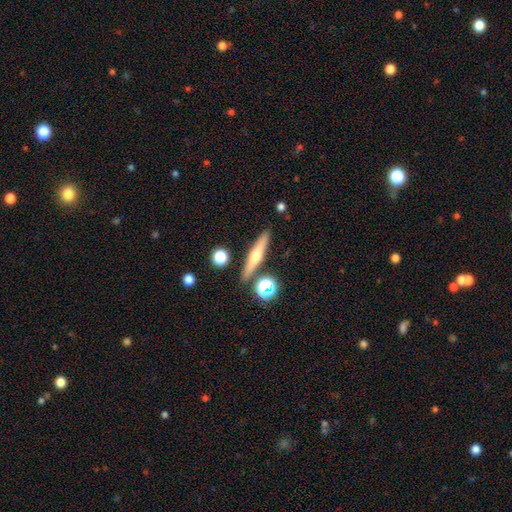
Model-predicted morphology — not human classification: Smooth or featured? featured or disk (52%)
Edge-on disk? yes (94%)
Merging? none (86%)